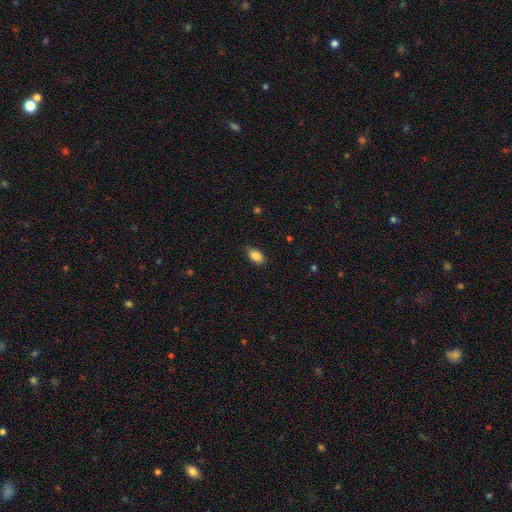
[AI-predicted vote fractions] Morphology: type=smooth (87%); roundness=in between (91%); merging=none (85%).